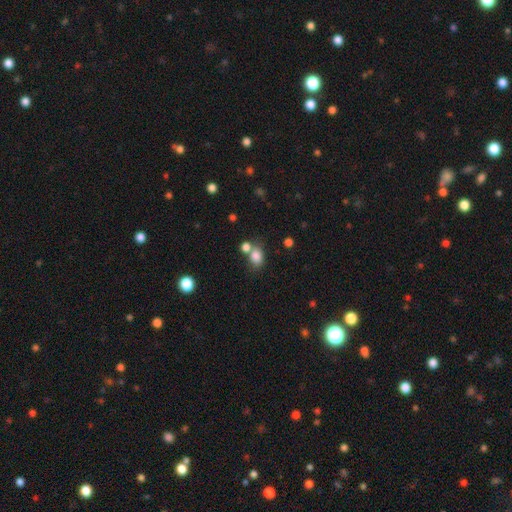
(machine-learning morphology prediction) smooth 82%, star or artifact 11%, featured or disk 7%. Down the decision tree: how rounded — in between (60%); merging — none (50%).